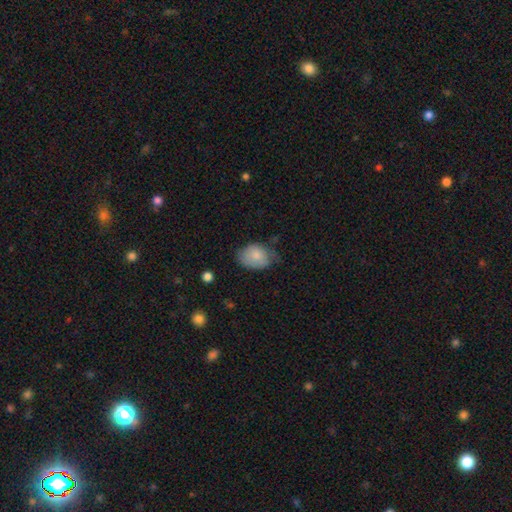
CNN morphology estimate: Smooth or featured?
  - smooth: 78% *
  - featured or disk: 15%
  - star or artifact: 7%
How rounded?
  - in between: 77% *
  - round: 22%
  - cigar-shaped: 1%
Merging?
  - none: 47% *
  - minor disturbance: 39%
  - major disturbance: 12%
  - merger: 2%